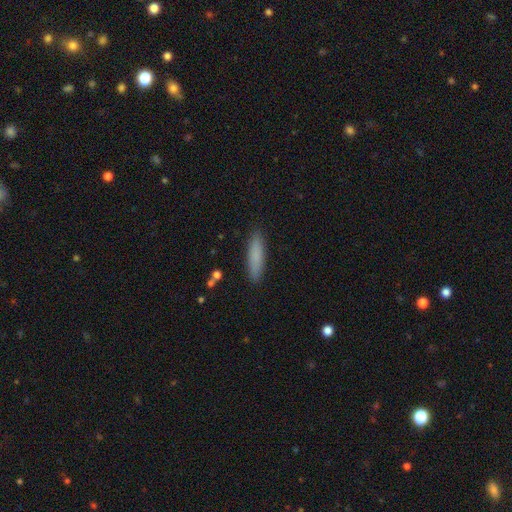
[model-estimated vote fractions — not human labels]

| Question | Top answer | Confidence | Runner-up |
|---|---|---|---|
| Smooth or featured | smooth | 84% | featured or disk (10%) |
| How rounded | cigar-shaped | 75% | in between (23%) |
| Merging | none | 89% | minor disturbance (8%) |